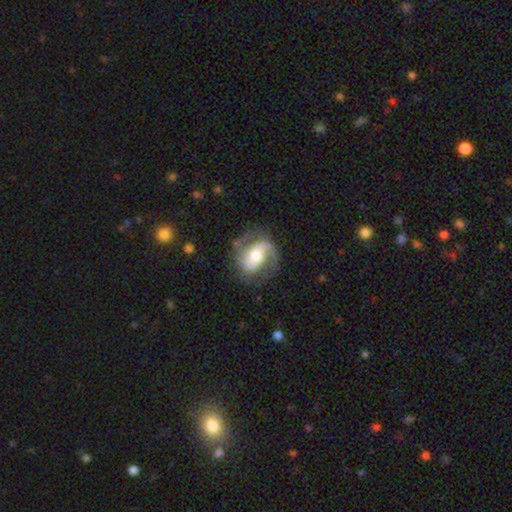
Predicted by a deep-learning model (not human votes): smooth-or-featured: featured or disk: 83% | smooth: 12% | star or artifact: 5%
  disk-edge-on: no: 98% | yes: 2%
    bar: weak: 40% | no: 36% | strong: 24%
    has-spiral-arms: yes: 94% | no: 6%
      spiral-winding: medium: 52% | loose: 25% | tight: 24%
      spiral-arm-count: 2: 82% | 1: 11% | can't tell: 4% | 3: 1% | 4: 1% | more than 4: 1%
    bulge-size: moderate: 65% | small: 16% | large: 16% | dominant: 2% | none: 1%
  merging: none: 70% | minor disturbance: 17% | major disturbance: 11% | merger: 2%